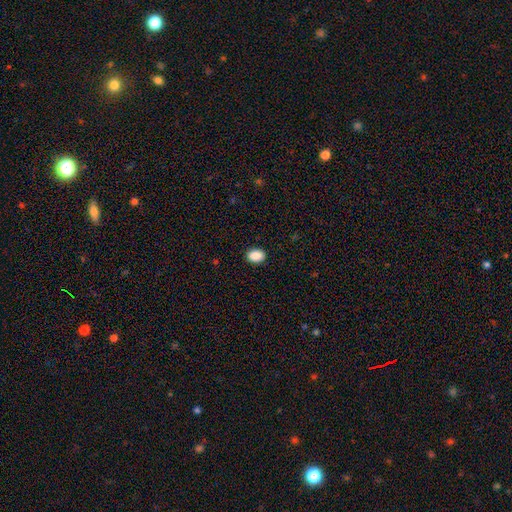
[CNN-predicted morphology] Q: Smooth or featured?
A: smooth (90%); runner-up: star or artifact (8%)
Q: How rounded?
A: in between (75%); runner-up: round (24%)
Q: Merging?
A: none (90%); runner-up: minor disturbance (7%)